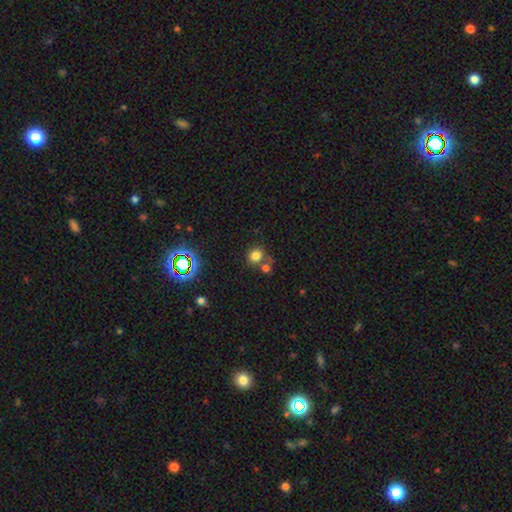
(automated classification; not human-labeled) Smooth or featured?
  - smooth: 77% *
  - star or artifact: 16%
  - featured or disk: 7%
How rounded?
  - round: 82% *
  - in between: 17%
  - cigar-shaped: 1%
Merging?
  - none: 63% *
  - merger: 23%
  - minor disturbance: 10%
  - major disturbance: 4%